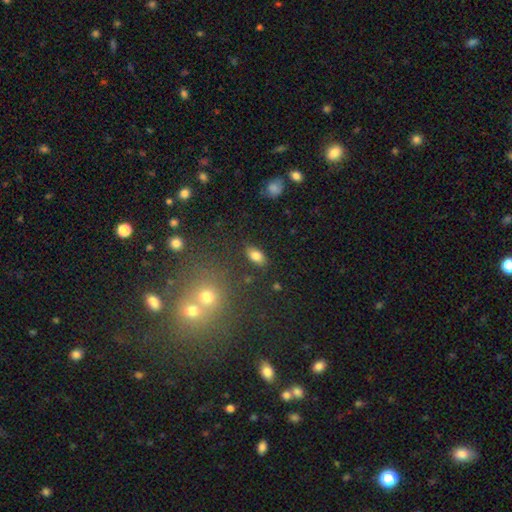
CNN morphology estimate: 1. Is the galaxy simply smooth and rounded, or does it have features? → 81% smooth, 10% star or artifact, 9% featured or disk.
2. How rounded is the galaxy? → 91% in between, 5% round, 4% cigar-shaped.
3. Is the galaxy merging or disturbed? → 85% none, 10% minor disturbance, 3% major disturbance, 2% merger.